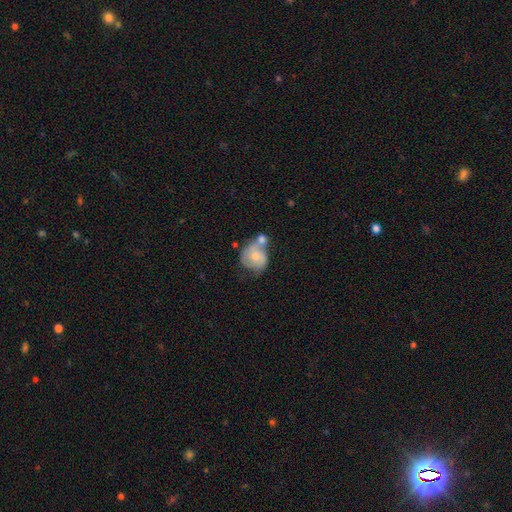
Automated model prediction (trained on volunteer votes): Smooth or featured?
  - smooth: 47% * (tied)
  - featured or disk: 47% * (tied)
  - star or artifact: 7%
Merging?
  - merger: 46% *
  - none: 27%
  - minor disturbance: 18%
  - major disturbance: 9%